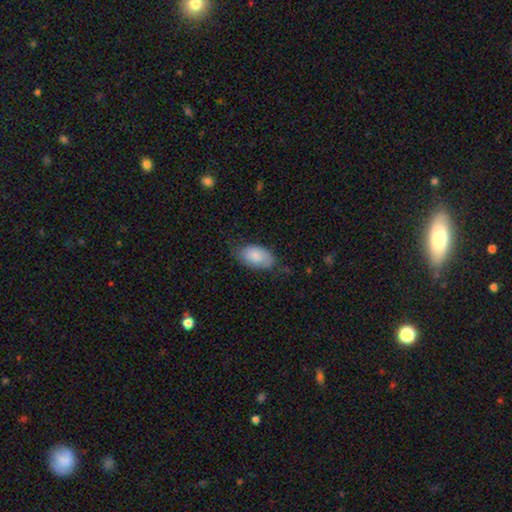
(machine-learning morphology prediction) smooth_or_featured: smooth (p=0.79) [alt: featured or disk p=0.14]
how_rounded: in between (p=0.94) [alt: round p=0.04]
merging: none (p=0.65) [alt: minor disturbance p=0.27]